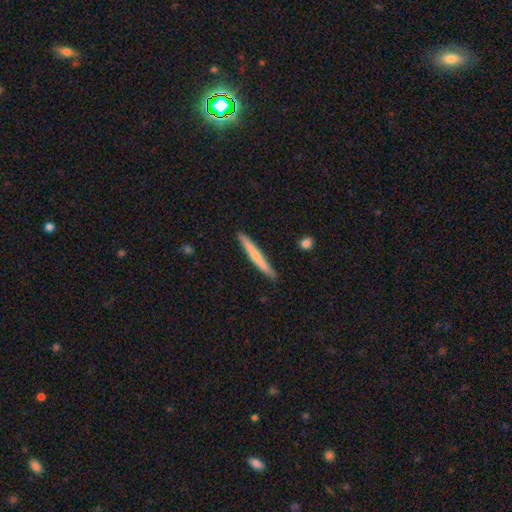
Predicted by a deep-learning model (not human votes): This appears to be a smooth galaxy with no disk features (56%) that is cigar-shaped (96%). Merging: none (90%).